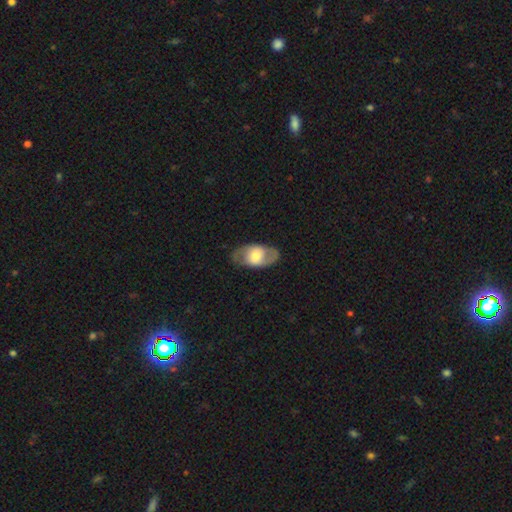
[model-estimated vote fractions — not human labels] A featured or disk galaxy (61%) with no bar (55%), spiral arms (64%) and a moderate central bulge (54%).

Vote fractions:
- Smooth or featured? featured or disk: 61% / smooth: 34% / star or artifact: 6%
- Edge-on disk? no: 91% / yes: 9%
- Bar? no: 55% / weak: 33% / strong: 12%
- Spiral arms? yes: 64% / no: 36%
- Bulge size? moderate: 54% / large: 27% / small: 14% / dominant: 2% / none: 2%
- Merging? none: 81% / minor disturbance: 13% / major disturbance: 5% / merger: 1%